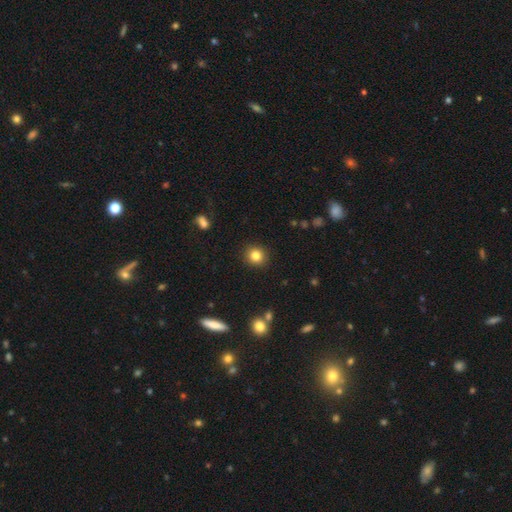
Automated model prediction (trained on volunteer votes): Smooth or featured: smooth — 83% (star or artifact — 11%)
How rounded: round — 89% (in between — 10%)
Merging: none — 91% (minor disturbance — 6%)